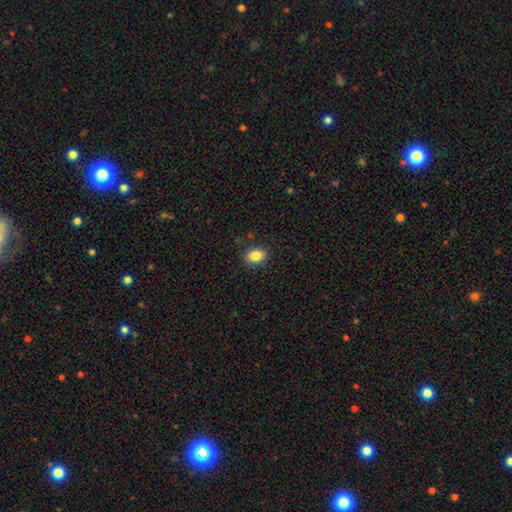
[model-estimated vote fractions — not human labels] Smooth or featured? smooth (85%)
How rounded? in between (76%)
Merging? none (88%)